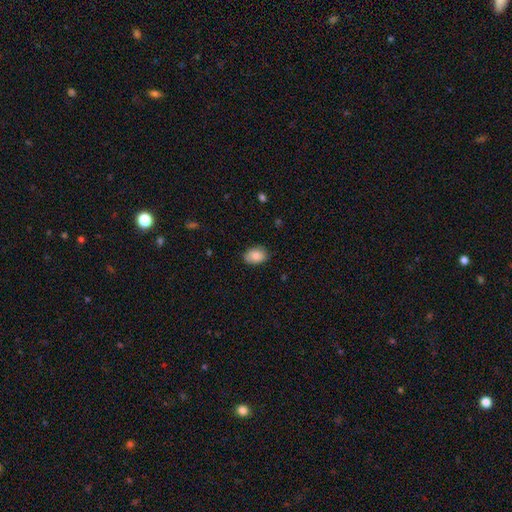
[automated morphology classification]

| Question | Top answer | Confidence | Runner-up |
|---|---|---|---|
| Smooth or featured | smooth | 85% | featured or disk (8%) |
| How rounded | in between | 80% | round (19%) |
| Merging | none | 79% | minor disturbance (17%) |